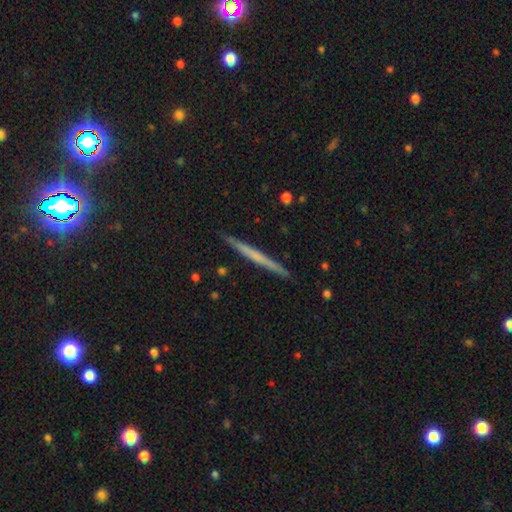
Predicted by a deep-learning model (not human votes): A featured or disk galaxy (51%) viewed edge-on (98%).

Vote fractions:
- Smooth or featured? featured or disk: 51% / smooth: 43% / star or artifact: 6%
- Edge-on disk? yes: 98% / no: 2%
- Merging? none: 92% / minor disturbance: 6% / major disturbance: 1% / merger: 1%